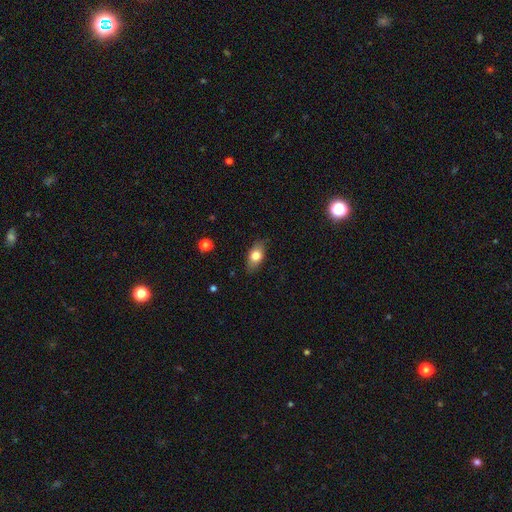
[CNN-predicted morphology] smooth-or-featured: smooth: 75% | featured or disk: 17% | star or artifact: 7%
  how-rounded: in between: 86% | round: 8% | cigar-shaped: 6%
  merging: none: 84% | minor disturbance: 13% | major disturbance: 3% | merger: 1%